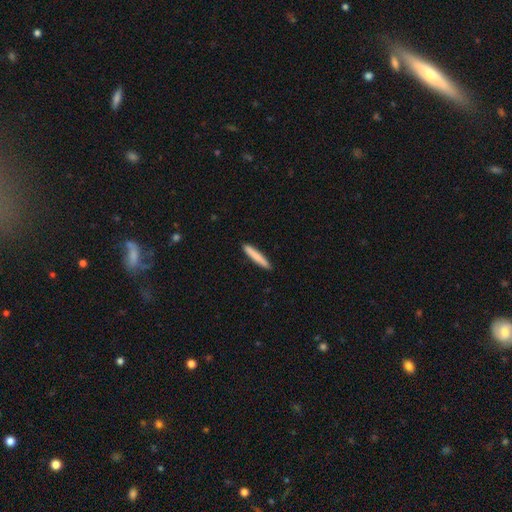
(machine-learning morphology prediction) smooth_or_featured: smooth (p=0.80) [alt: featured or disk p=0.14]
how_rounded: cigar-shaped (p=0.95) [alt: in between p=0.04]
merging: none (p=0.91) [alt: minor disturbance p=0.07]